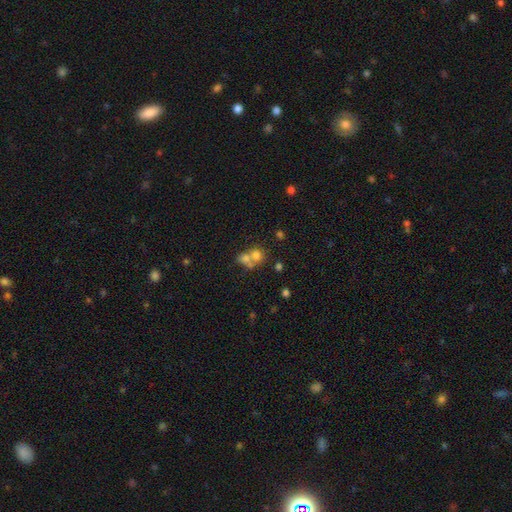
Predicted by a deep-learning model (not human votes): Smooth or featured? Predicted: smooth (p=0.68). How rounded? Predicted: round (p=0.69). Merging? Predicted: merger (p=0.61).